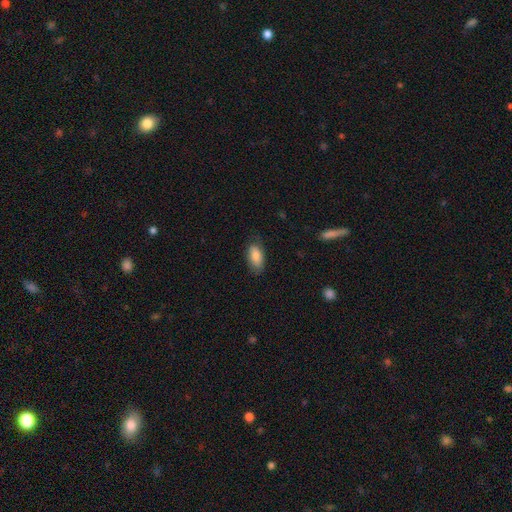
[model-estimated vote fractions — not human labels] Smooth or featured? Predicted: smooth (p=0.84). How rounded? Predicted: in between (p=0.91). Merging? Predicted: none (p=0.72).